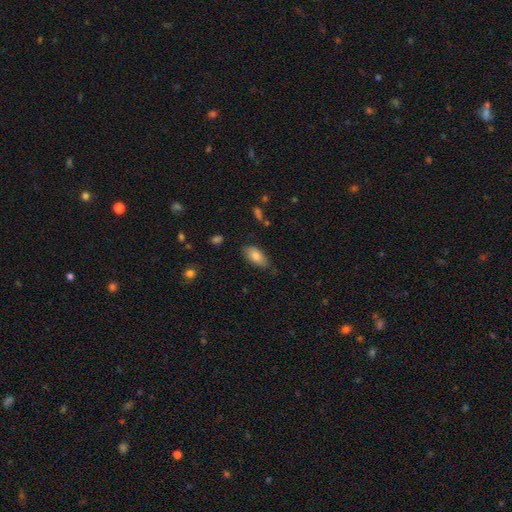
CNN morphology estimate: Smooth or featured? Predicted: smooth (p=0.81). How rounded? Predicted: in between (p=0.90). Merging? Predicted: none (p=0.75).